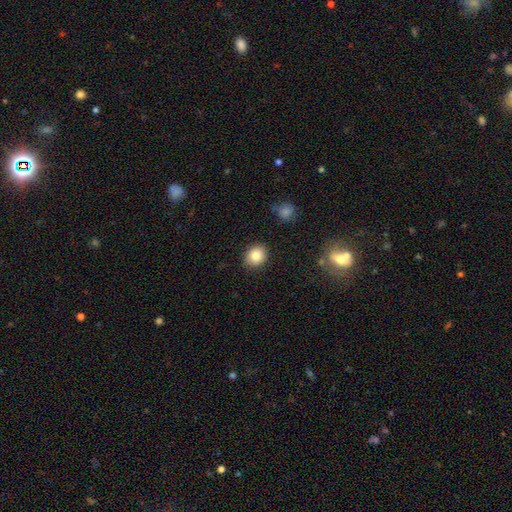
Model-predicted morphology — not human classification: This is clearly a smooth galaxy (83%). How rounded: likely round (60%). Merging: clearly none (88%).